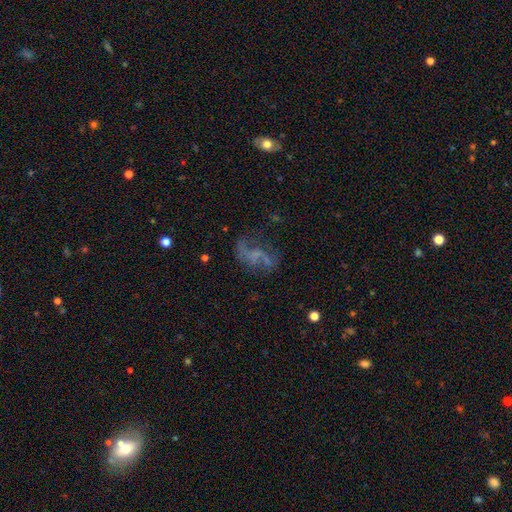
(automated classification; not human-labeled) smooth_or_featured: featured or disk (p=0.61) [alt: smooth p=0.21]
disk_edge_on: no (p=0.97) [alt: yes p=0.03]
bar: no (p=0.61) [alt: weak p=0.29]
has_spiral_arms: yes (p=0.63) [alt: no p=0.37]
bulge_size: none (p=0.68) [alt: small p=0.22]
merging: none (p=0.47) [alt: major disturbance p=0.30]